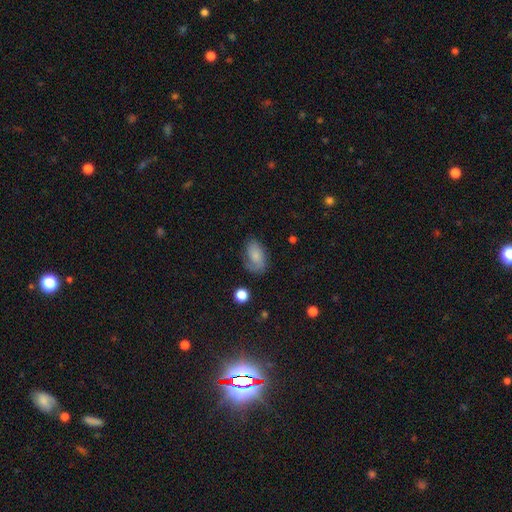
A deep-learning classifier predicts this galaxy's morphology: Smooth or featured?
  - smooth: 62% *
  - featured or disk: 29%
  - star or artifact: 9%
How rounded?
  - in between: 90% *
  - round: 9%
  - cigar-shaped: 2%
Merging?
  - none: 56% *
  - minor disturbance: 27%
  - major disturbance: 15%
  - merger: 2%